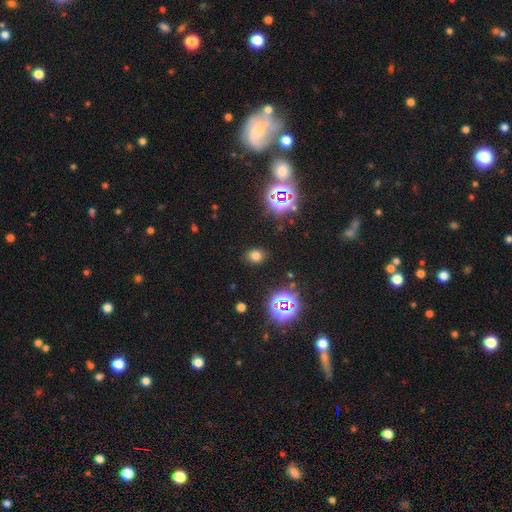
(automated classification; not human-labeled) Smooth or featured? Predicted: smooth (p=0.70). How rounded? Predicted: round (p=0.60). Merging? Predicted: none (p=0.86).